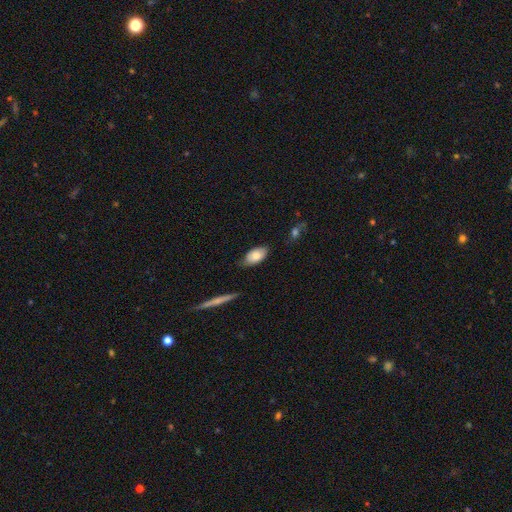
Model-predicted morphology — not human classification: Smooth or featured: smooth — 80% (featured or disk — 13%)
How rounded: in between — 93% (round — 4%)
Merging: none — 76% (minor disturbance — 18%)